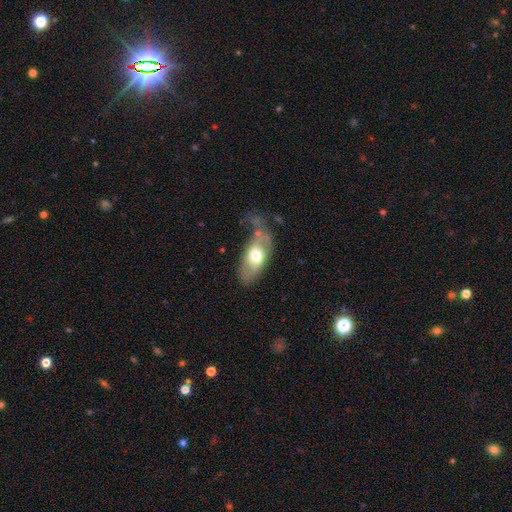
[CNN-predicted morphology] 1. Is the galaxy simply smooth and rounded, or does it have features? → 57% smooth, 37% featured or disk, 6% star or artifact.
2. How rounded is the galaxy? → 88% in between, 7% cigar-shaped, 5% round.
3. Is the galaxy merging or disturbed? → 48% none, 28% minor disturbance, 16% major disturbance, 8% merger.